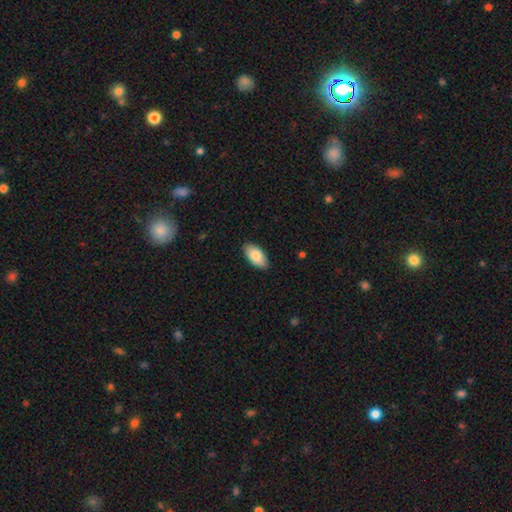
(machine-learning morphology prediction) This is clearly a smooth galaxy (85%). How rounded: clearly in between (94%). Merging: clearly none (88%).